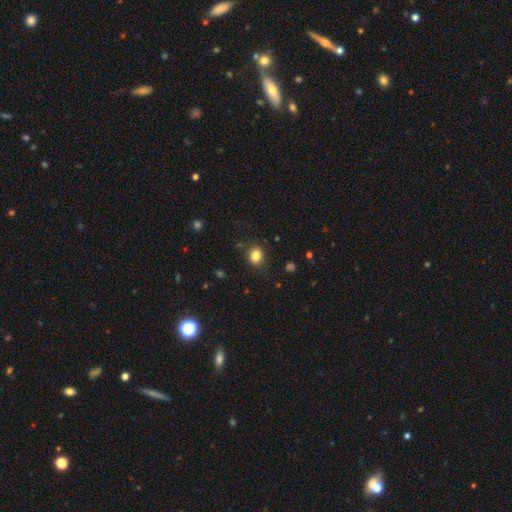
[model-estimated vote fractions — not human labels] A smooth galaxy with no disk features (83%) that is round (56%). Merging: none (84%).